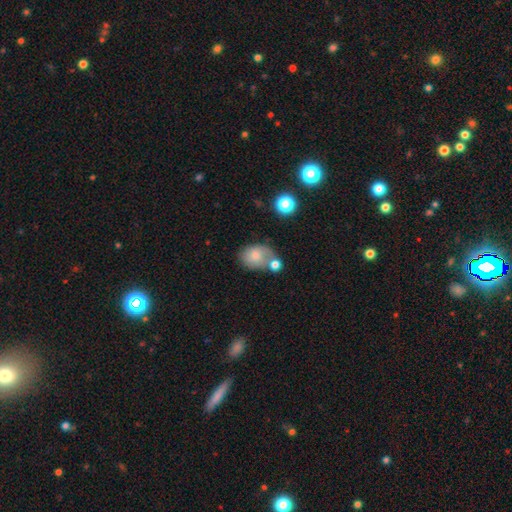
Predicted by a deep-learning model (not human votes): A smooth galaxy with no disk features (72%) that is in between round and cigar-shaped (70%).

Vote fractions:
- Smooth or featured? smooth: 72% / featured or disk: 18% / star or artifact: 9%
- How rounded? in between: 70% / round: 28% / cigar-shaped: 1%
- Merging? none: 41% / merger: 28% / minor disturbance: 22% / major disturbance: 9%